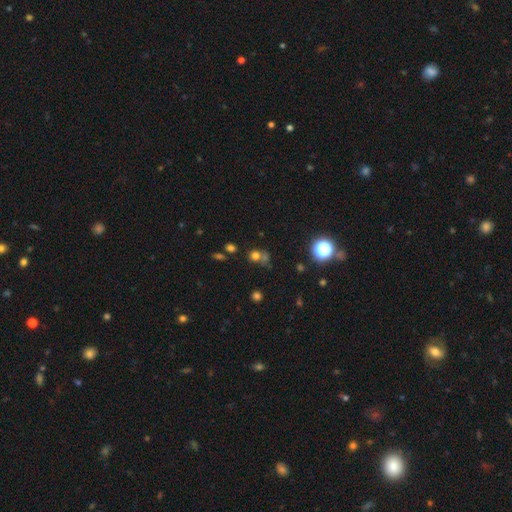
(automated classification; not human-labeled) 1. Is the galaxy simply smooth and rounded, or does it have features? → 64% smooth, 26% star or artifact, 10% featured or disk.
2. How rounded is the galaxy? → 77% round, 22% in between, 1% cigar-shaped.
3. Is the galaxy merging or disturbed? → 49% none, 33% merger, 11% minor disturbance, 7% major disturbance.